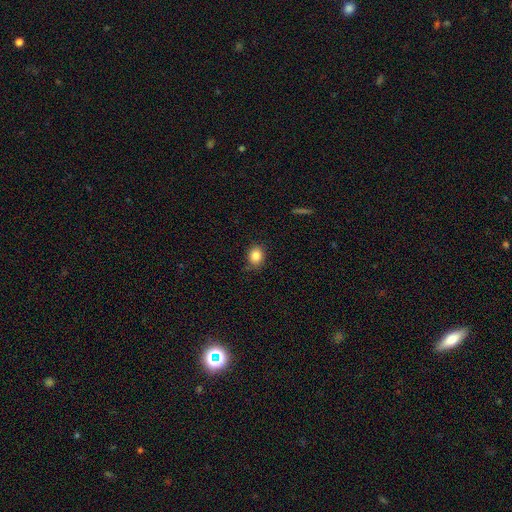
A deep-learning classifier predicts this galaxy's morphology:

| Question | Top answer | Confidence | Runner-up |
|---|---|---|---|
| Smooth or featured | smooth | 85% | star or artifact (10%) |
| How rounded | round | 57% | in between (42%) |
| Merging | none | 83% | minor disturbance (13%) |